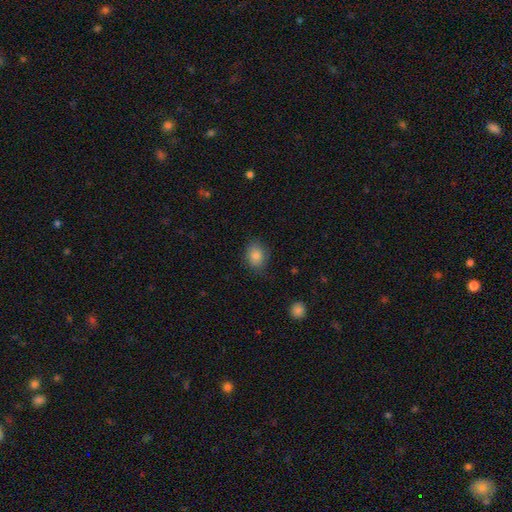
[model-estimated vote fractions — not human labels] Smooth or featured?
  - smooth: 84% *
  - star or artifact: 9%
  - featured or disk: 7%
How rounded?
  - in between: 59% *
  - round: 40%
  - cigar-shaped: 1%
Merging?
  - none: 77% *
  - minor disturbance: 18%
  - major disturbance: 4%
  - merger: 1%